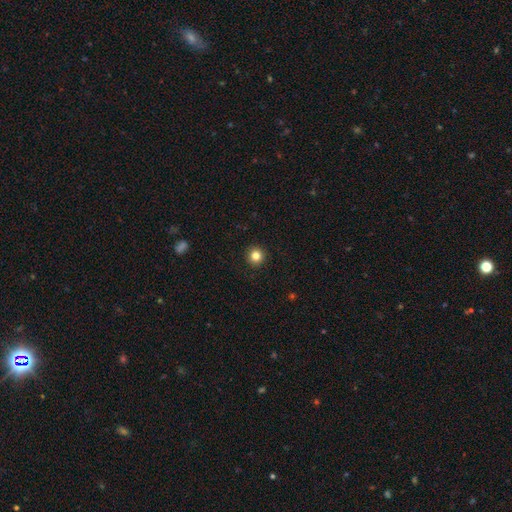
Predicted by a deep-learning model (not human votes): A smooth galaxy with no disk features (83%) that is round (96%). Merging: none (94%).